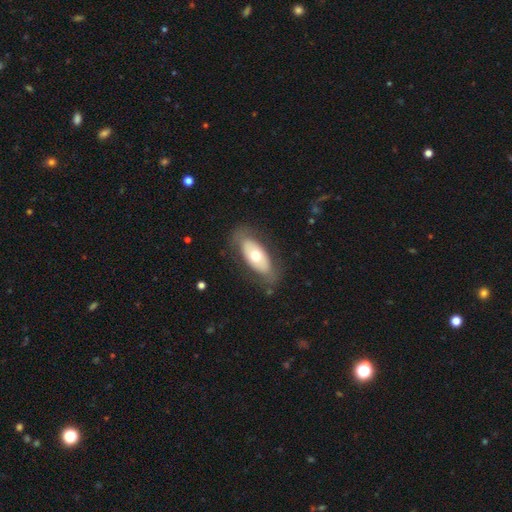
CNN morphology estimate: type=smooth (52%); roundness=in between (88%); merging=none (78%).